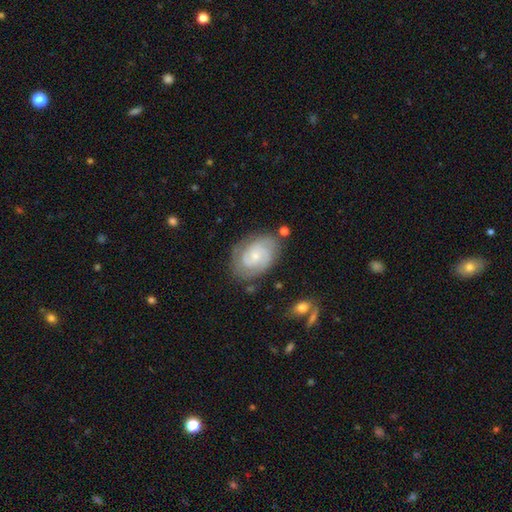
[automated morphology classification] A featured or disk galaxy (78%) with no bar (65%), 2 (58%) tight (57%) spiral arms (95%) and a small central bulge (66%).

Vote fractions:
- Smooth or featured? featured or disk: 78% / smooth: 16% / star or artifact: 6%
- Edge-on disk? no: 97% / yes: 3%
- Bar? no: 65% / weak: 31% / strong: 4%
- Spiral arms? yes: 95% / no: 5%
- Spiral winding? tight: 57% / medium: 35% / loose: 8%
- Spiral arm count? 2: 58% / can't tell: 17% / 3: 17% / 1: 3% / 4: 3% / more than 4: 2%
- Bulge size? small: 66% / moderate: 28% / none: 3% / large: 2% / dominant: 1%
- Merging? none: 76% / minor disturbance: 16% / major disturbance: 5% / merger: 2%